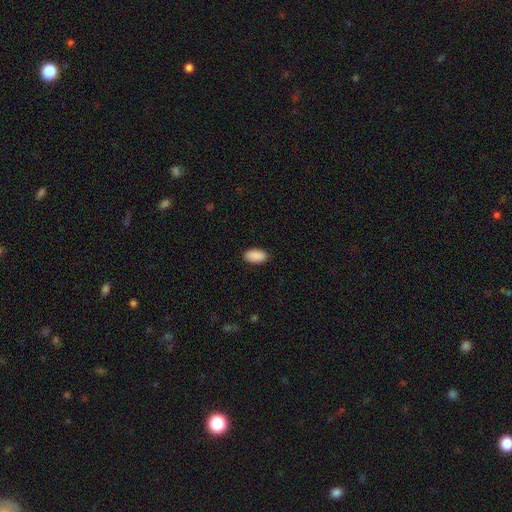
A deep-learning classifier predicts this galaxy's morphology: smooth 91%, star or artifact 6%, featured or disk 2%. Down the decision tree: how rounded — in between (95%); merging — none (89%).